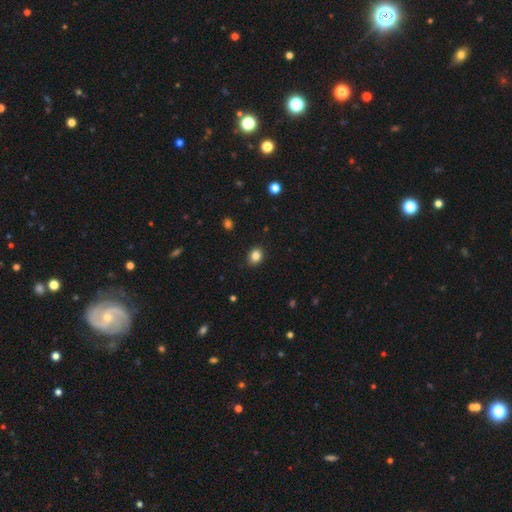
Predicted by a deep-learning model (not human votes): A smooth galaxy with no disk features (84%) that is round (58%). Merging: none (90%).